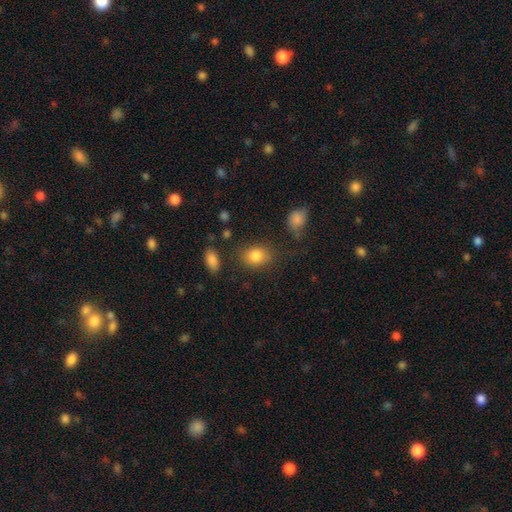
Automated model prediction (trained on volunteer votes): Smooth or featured? smooth (84%)
How rounded? in between (59%)
Merging? none (76%)